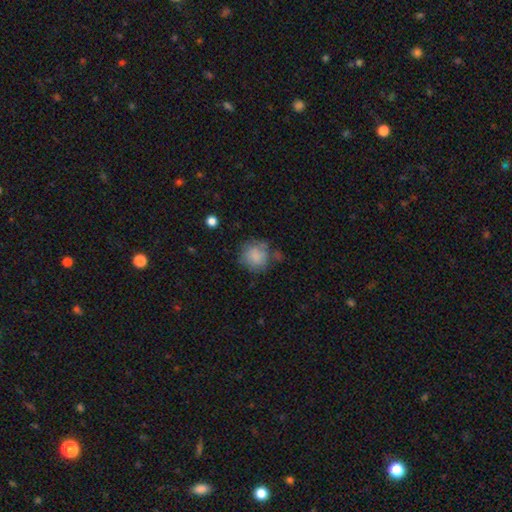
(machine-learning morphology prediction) Q: Smooth or featured?
A: smooth (79%); runner-up: featured or disk (12%)
Q: How rounded?
A: round (83%); runner-up: in between (16%)
Q: Merging?
A: none (59%); runner-up: minor disturbance (22%)